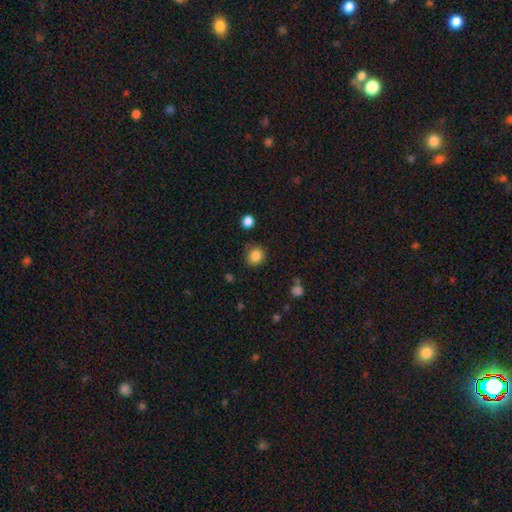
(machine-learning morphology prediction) smooth_or_featured: smooth (p=0.85) [alt: star or artifact p=0.11]
how_rounded: round (p=0.79) [alt: in between p=0.20]
merging: none (p=0.78) [alt: minor disturbance p=0.15]